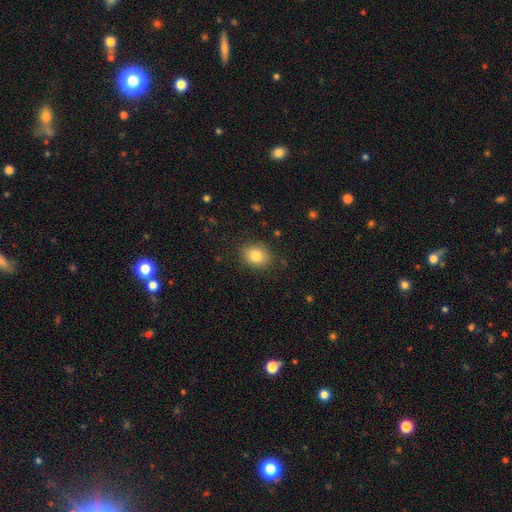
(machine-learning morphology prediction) Smooth or featured? Predicted: smooth (p=0.82). How rounded? Predicted: round (p=0.53). Merging? Predicted: none (p=0.86).